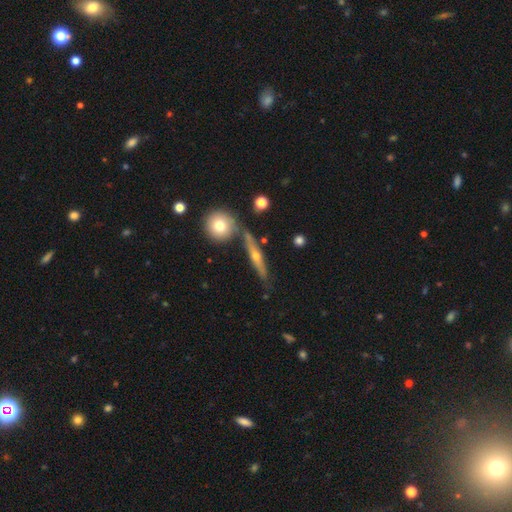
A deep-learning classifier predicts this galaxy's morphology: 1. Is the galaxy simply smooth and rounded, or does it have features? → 66% featured or disk, 27% smooth, 7% star or artifact.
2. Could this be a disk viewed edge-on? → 91% yes, 9% no.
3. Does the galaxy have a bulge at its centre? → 88% rounded, 9% none, 3% boxy.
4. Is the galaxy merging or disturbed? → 76% none, 13% minor disturbance, 8% merger, 3% major disturbance.